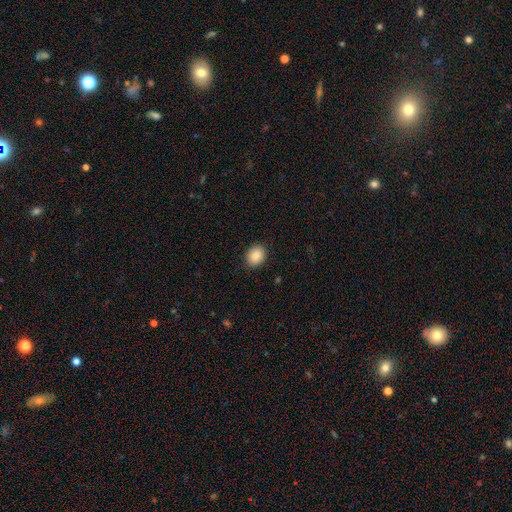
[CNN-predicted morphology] Overall: smooth (86%). How rounded: round (56%; in between 43%). Merging: none (89%).